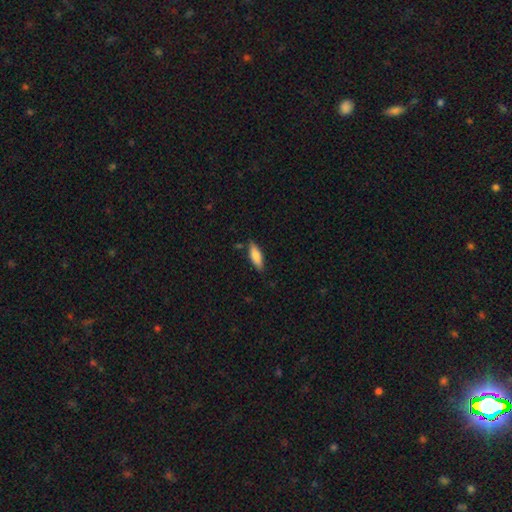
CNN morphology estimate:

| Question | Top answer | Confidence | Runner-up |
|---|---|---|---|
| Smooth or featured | smooth | 81% | featured or disk (13%) |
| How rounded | in between | 60% | cigar-shaped (38%) |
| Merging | none | 79% | minor disturbance (16%) |